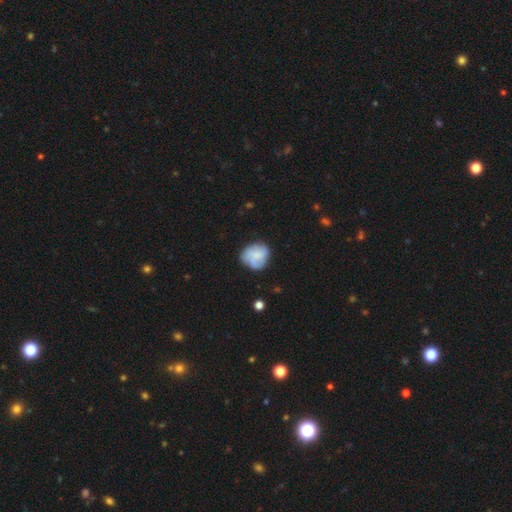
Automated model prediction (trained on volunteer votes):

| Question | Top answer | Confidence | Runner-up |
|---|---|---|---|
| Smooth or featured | smooth | 60% | featured or disk (32%) |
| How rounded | round | 74% | in between (25%) |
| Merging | none | 63% | minor disturbance (25%) |